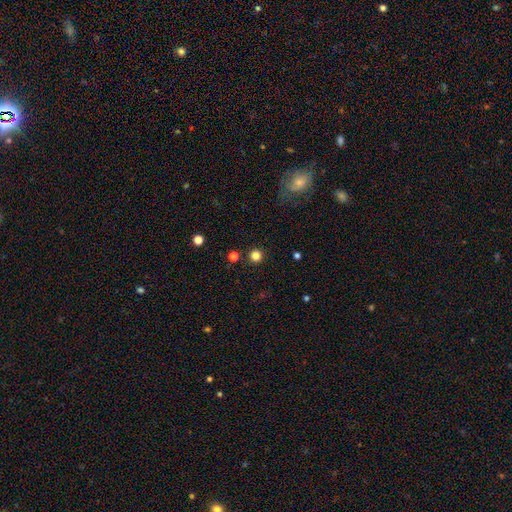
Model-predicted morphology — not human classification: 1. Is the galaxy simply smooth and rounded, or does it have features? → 81% smooth, 15% star or artifact, 4% featured or disk.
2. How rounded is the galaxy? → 96% round, 3% in between, 1% cigar-shaped.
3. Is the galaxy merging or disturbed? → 92% none, 4% minor disturbance, 2% major disturbance, 2% merger.